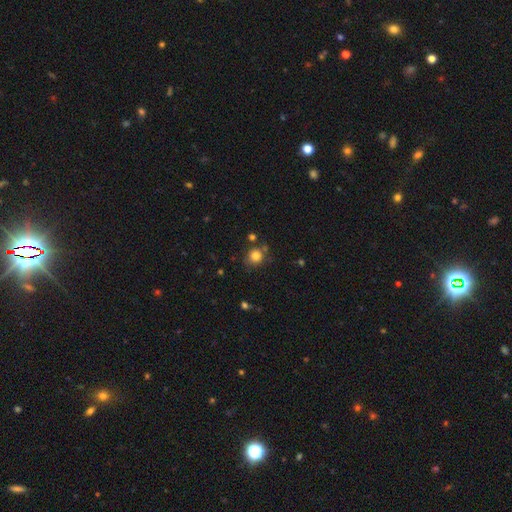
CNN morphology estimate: type=smooth (82%); roundness=round (85%); merging=none (75%).